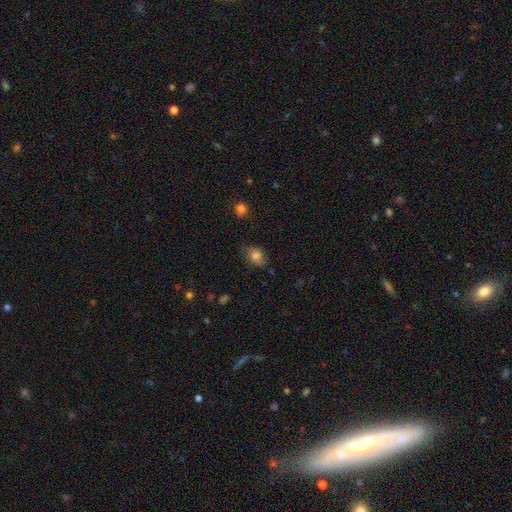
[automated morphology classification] type=smooth (77%); roundness=in between (67%); merging=none (66%).